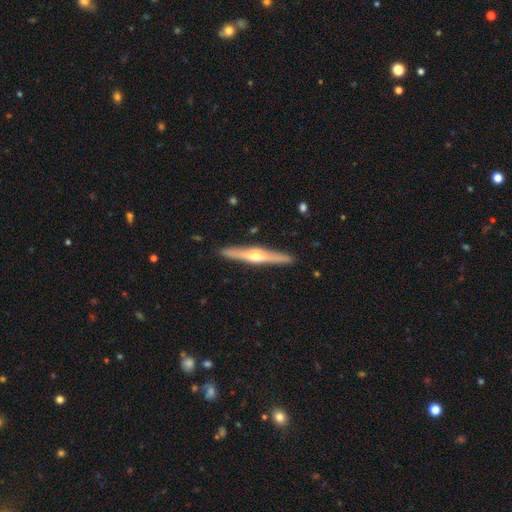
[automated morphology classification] Q: Smooth or featured?
A: featured or disk (70%); runner-up: smooth (25%)
Q: Edge-on disk?
A: yes (97%); runner-up: no (3%)
Q: Edge-on bulge?
A: rounded (91%); runner-up: none (5%)
Q: Merging?
A: none (91%); runner-up: minor disturbance (6%)